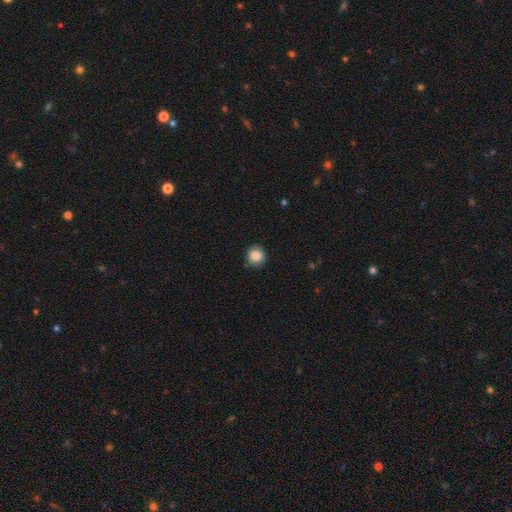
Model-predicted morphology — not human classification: Q: Smooth or featured?
A: smooth (86%); runner-up: star or artifact (9%)
Q: How rounded?
A: round (90%); runner-up: in between (9%)
Q: Merging?
A: none (88%); runner-up: minor disturbance (9%)